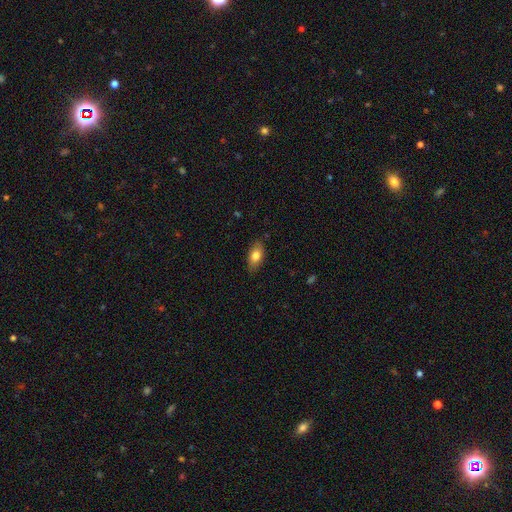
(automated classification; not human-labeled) Q: Smooth or featured?
A: smooth (79%); runner-up: featured or disk (14%)
Q: How rounded?
A: in between (89%); runner-up: round (6%)
Q: Merging?
A: none (84%); runner-up: minor disturbance (13%)